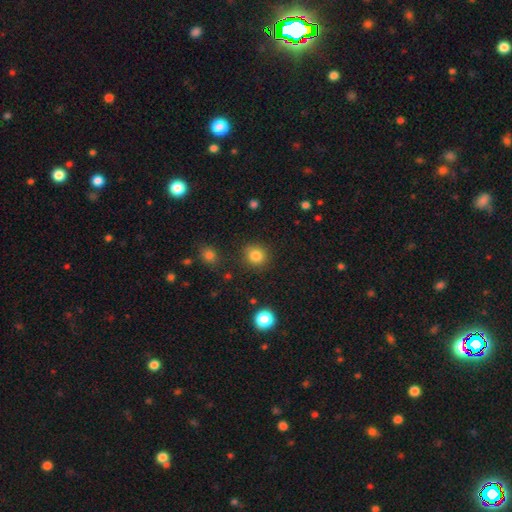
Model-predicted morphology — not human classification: Smooth or featured? smooth (84%)
How rounded? round (87%)
Merging? none (84%)